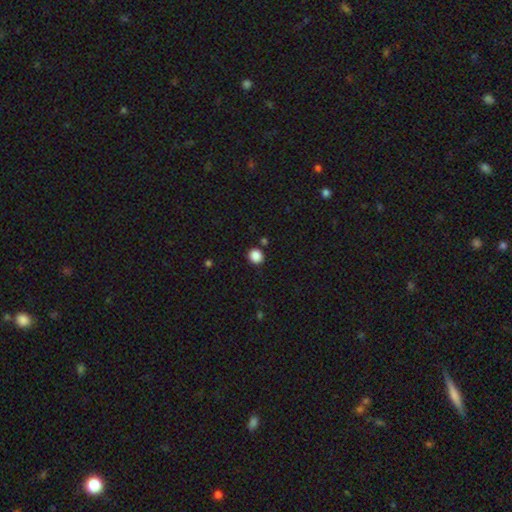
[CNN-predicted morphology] type=smooth (87%); roundness=round (83%); merging=none (88%).